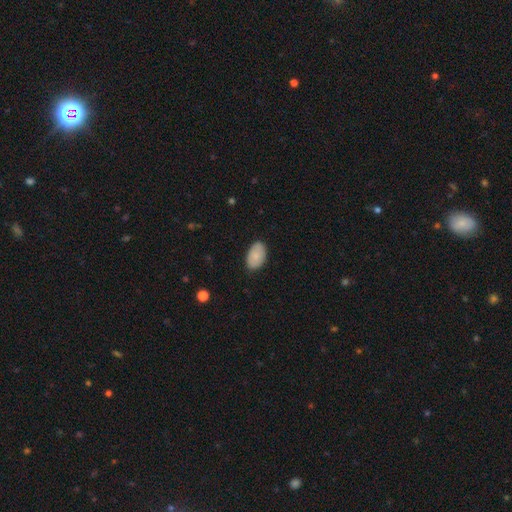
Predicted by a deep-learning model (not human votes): This is clearly a smooth galaxy (84%). How rounded: clearly in between (93%). Merging: clearly none (85%).